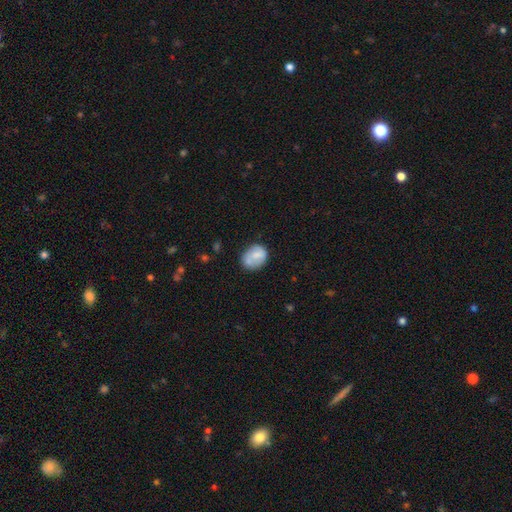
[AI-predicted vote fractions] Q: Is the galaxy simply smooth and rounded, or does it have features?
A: smooth — 70%.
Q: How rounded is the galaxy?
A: in between — 50%.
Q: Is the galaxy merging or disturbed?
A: none — 58%.